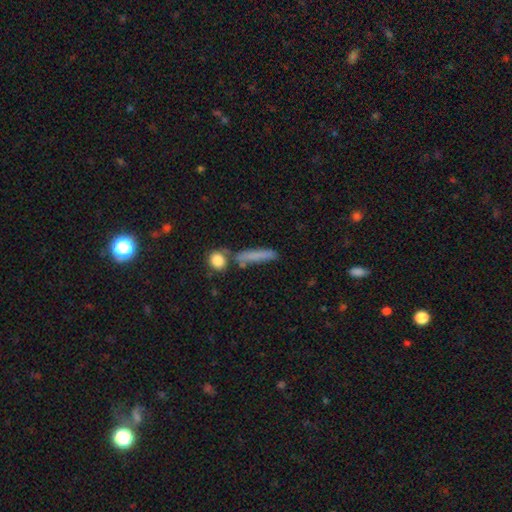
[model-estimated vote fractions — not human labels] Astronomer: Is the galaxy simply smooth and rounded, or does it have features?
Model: smooth — 74%.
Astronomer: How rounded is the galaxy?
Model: cigar-shaped — 85%.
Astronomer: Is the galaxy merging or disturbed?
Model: none — 69%.